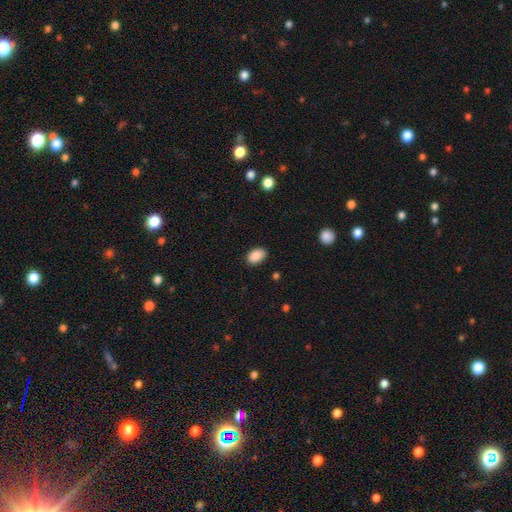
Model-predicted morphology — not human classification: Smooth or featured? smooth (89%)
How rounded? in between (86%)
Merging? none (86%)